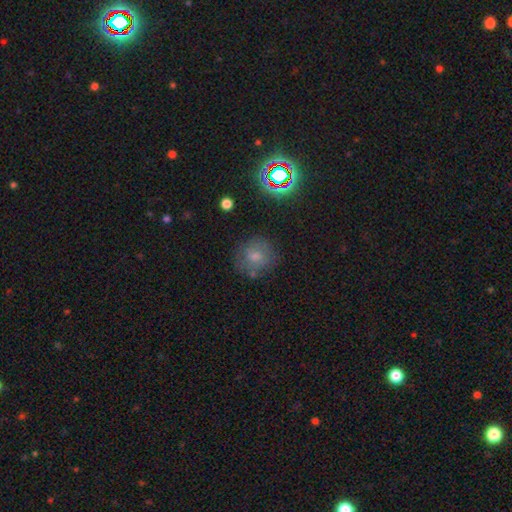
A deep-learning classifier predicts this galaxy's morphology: smooth 51%, star or artifact 28%, featured or disk 22%. Down the decision tree: how rounded — round (87%); merging — none (79%).